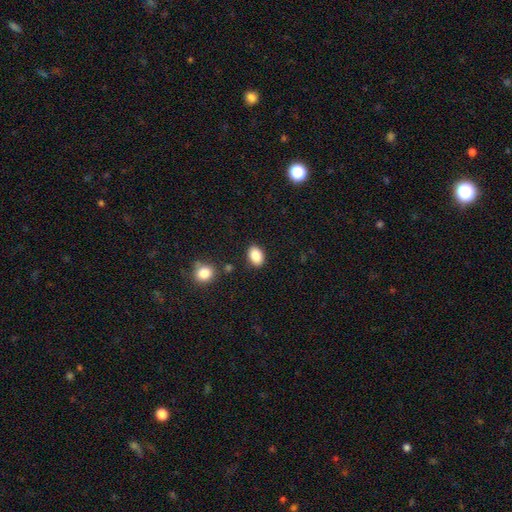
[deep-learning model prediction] smooth-or-featured: smooth: 87% | star or artifact: 8% | featured or disk: 5%
  how-rounded: in between: 83% | round: 16% | cigar-shaped: 1%
  merging: none: 85% | minor disturbance: 9% | merger: 3% | major disturbance: 3%